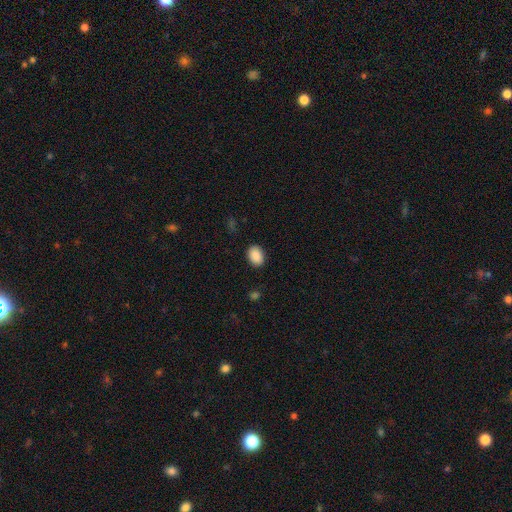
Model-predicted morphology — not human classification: Overall: smooth (90%). How rounded: in between (76%). Merging: none (88%).